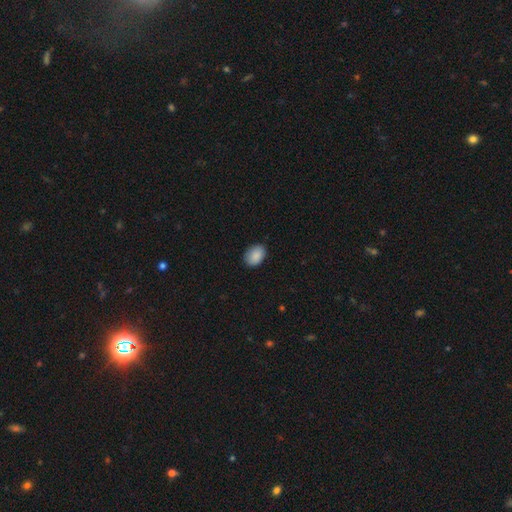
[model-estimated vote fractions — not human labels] Smooth or featured?
  - smooth: 89% *
  - star or artifact: 7%
  - featured or disk: 4%
How rounded?
  - in between: 76% *
  - round: 23%
  - cigar-shaped: 1%
Merging?
  - none: 85% *
  - minor disturbance: 12%
  - major disturbance: 2%
  - merger: 1%